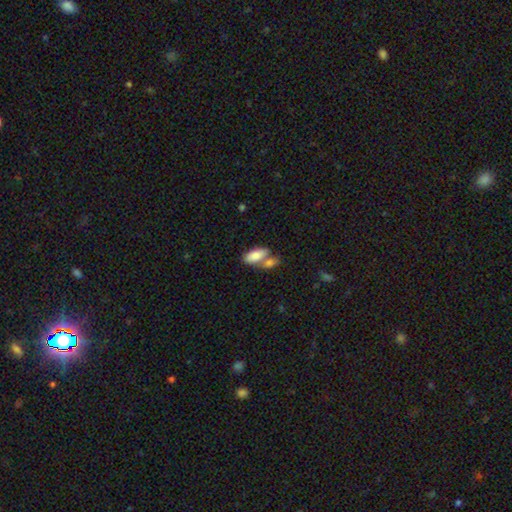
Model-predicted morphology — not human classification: This appears to be a smooth galaxy with no disk features (83%) that is in between round and cigar-shaped (89%). Merging: merger (48%).